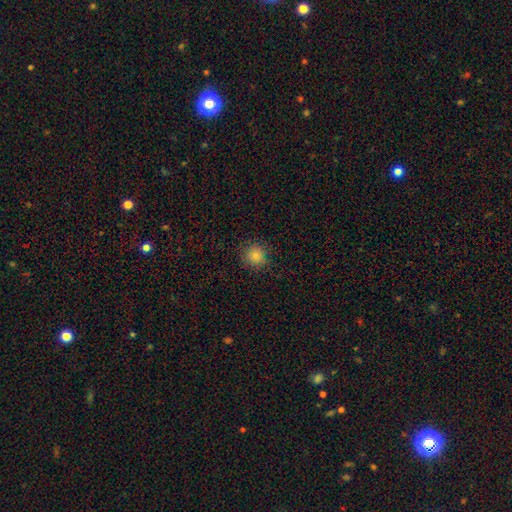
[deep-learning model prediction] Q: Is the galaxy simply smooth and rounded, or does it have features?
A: smooth — 83%.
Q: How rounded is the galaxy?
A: round — 93%.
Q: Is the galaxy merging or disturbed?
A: none — 88%.